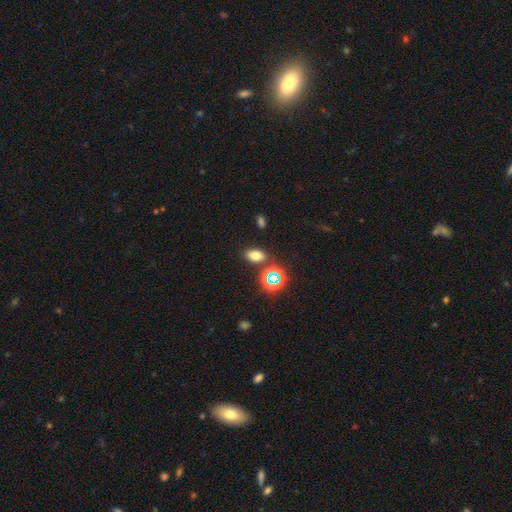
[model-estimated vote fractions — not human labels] The model was most divided on "smooth or featured": smooth: 68%, star or artifact: 23%, featured or disk: 9%. More confident: merging — none (82%); how rounded — in between (81%).